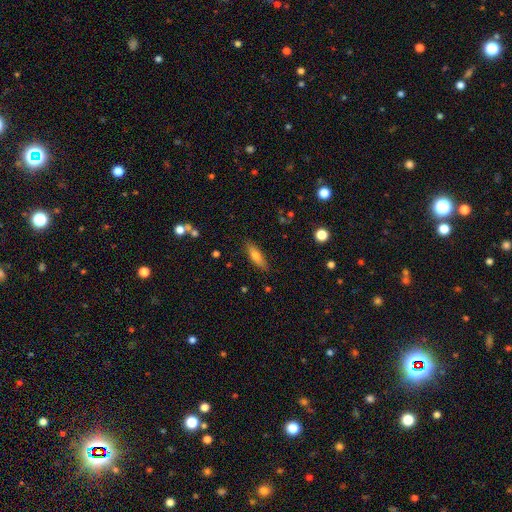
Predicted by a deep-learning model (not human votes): Q: Smooth or featured?
A: smooth (69%); runner-up: featured or disk (23%)
Q: How rounded?
A: cigar-shaped (49%); tied with: in between (49%)
Q: Merging?
A: none (84%); runner-up: minor disturbance (12%)